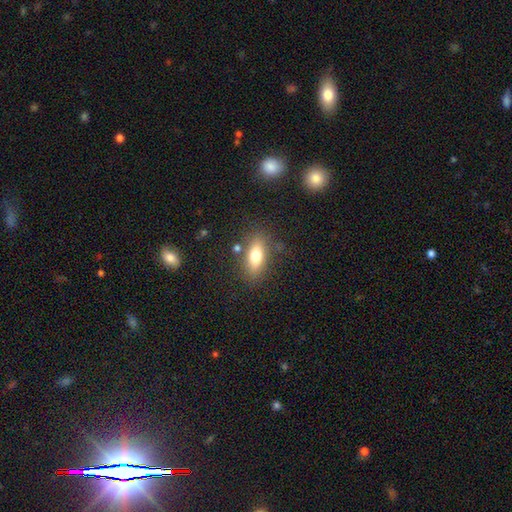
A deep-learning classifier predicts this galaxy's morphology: A smooth galaxy with no disk features (72%) that is in between round and cigar-shaped (77%).

Vote fractions:
- Smooth or featured? smooth: 72% / featured or disk: 19% / star or artifact: 9%
- How rounded? in between: 77% / cigar-shaped: 18% / round: 5%
- Merging? none: 78% / minor disturbance: 13% / merger: 5% / major disturbance: 4%